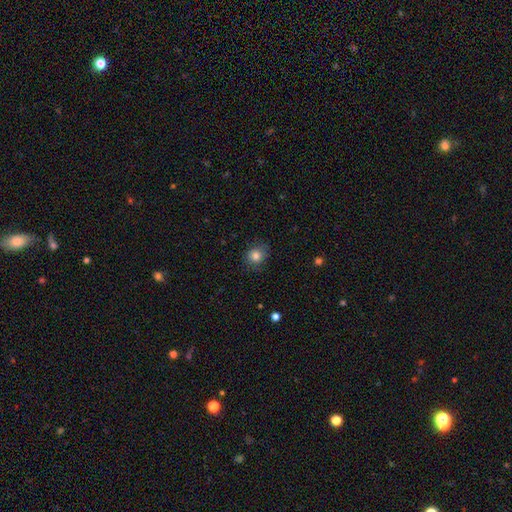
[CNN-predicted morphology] type=smooth (82%); roundness=round (76%); merging=none (78%).